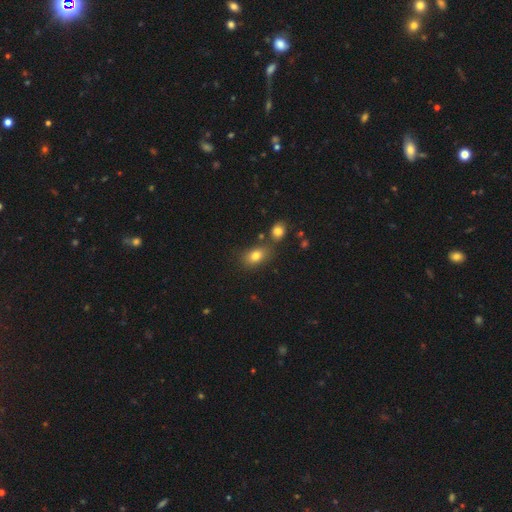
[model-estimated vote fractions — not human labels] This appears to be a smooth galaxy with no disk features (79%) that is in between round and cigar-shaped (80%). Merging: none (66%).